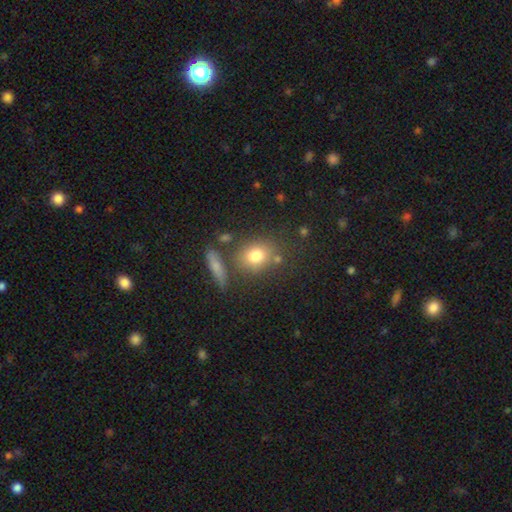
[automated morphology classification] Overall: smooth (76%). How rounded: round (62%; in between 35%). Merging: none (72%).